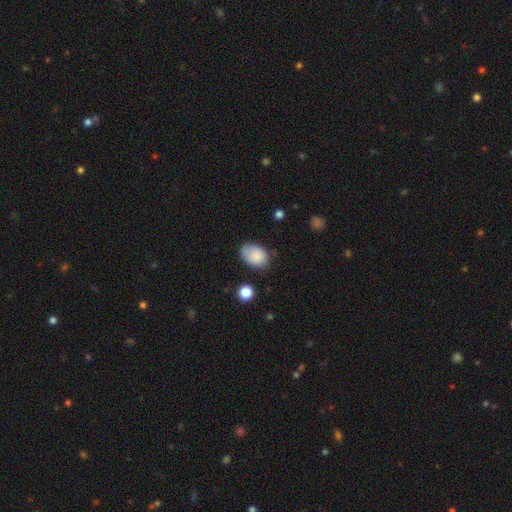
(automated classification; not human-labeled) A smooth galaxy with no disk features (84%) that is in between round and cigar-shaped (81%). Merging: none (60%).